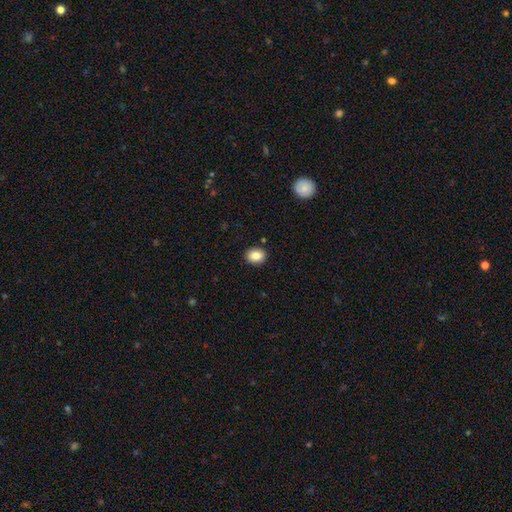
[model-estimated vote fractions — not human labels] Smooth or featured? Predicted: smooth (p=0.86). How rounded? Predicted: round (p=0.52). Merging? Predicted: none (p=0.90).